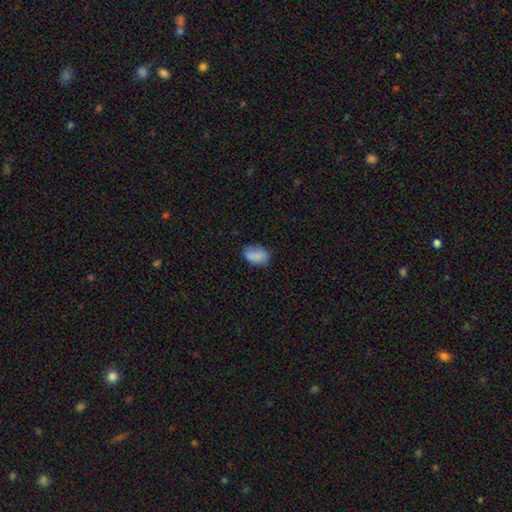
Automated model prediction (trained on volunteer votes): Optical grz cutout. It shows a smooth galaxy with no disk features (84%) that is in between round and cigar-shaped (86%). Merging: none (69%).